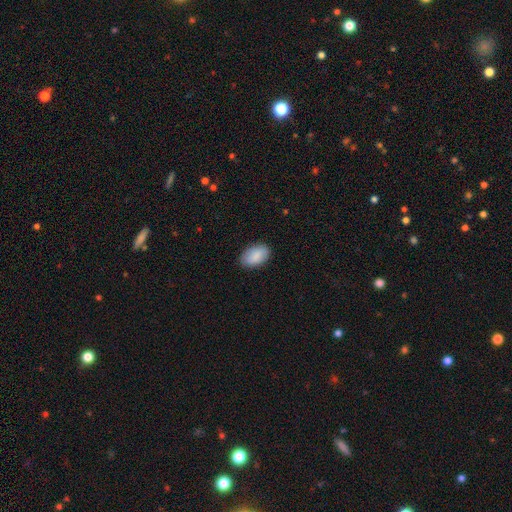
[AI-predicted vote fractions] Smooth or featured? smooth (88%)
How rounded? in between (93%)
Merging? none (86%)